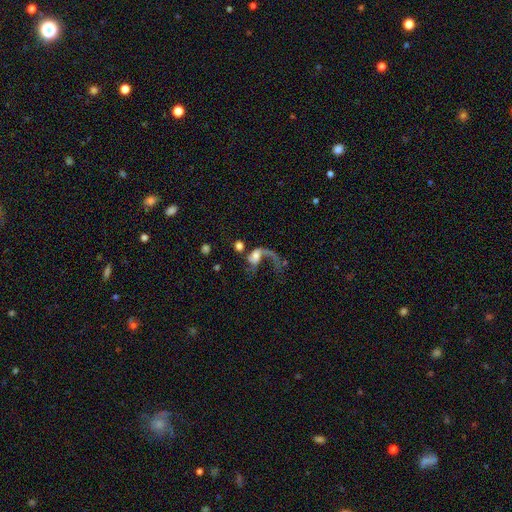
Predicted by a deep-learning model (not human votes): Smooth or featured? featured or disk (64%)
Edge-on disk? no (96%)
Bar? no (65%)
Spiral arms? yes (76%)
Bulge size? moderate (41%)
Merging? major disturbance (48%)